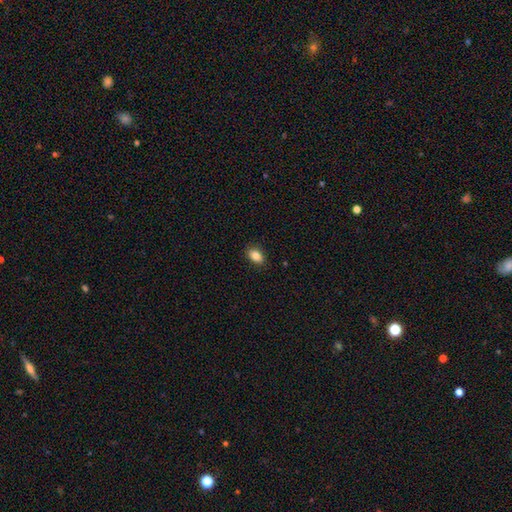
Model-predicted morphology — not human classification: The model was most divided on "how rounded": in between: 85%, round: 14%, cigar-shaped: 2%. More confident: merging — none (88%); smooth or featured — smooth (86%).